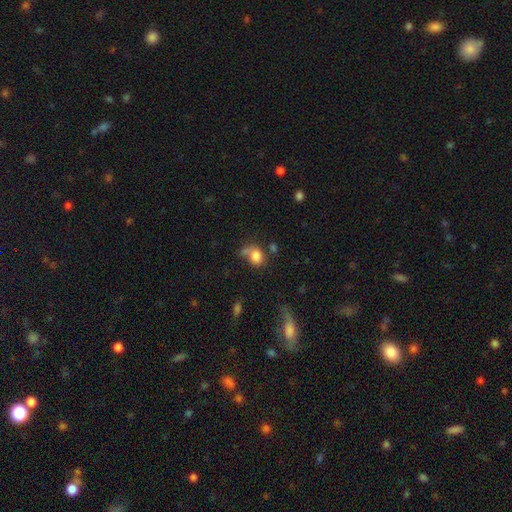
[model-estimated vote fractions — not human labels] Smooth or featured? Predicted: smooth (p=0.79). How rounded? Predicted: round (p=0.55). Merging? Predicted: none (p=0.45).